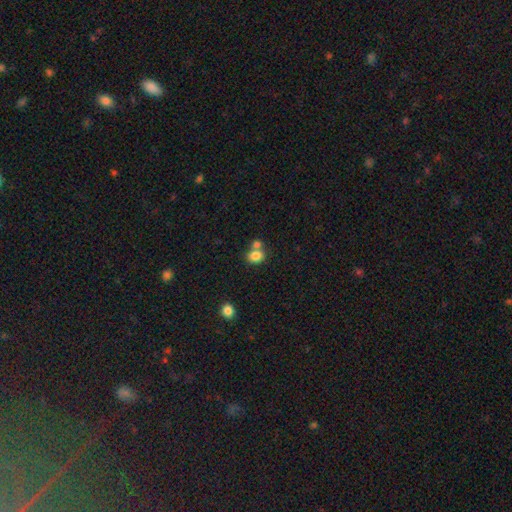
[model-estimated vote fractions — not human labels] A smooth galaxy with no disk features (81%) that is in between round and cigar-shaped (57%). Merging: none (45%).